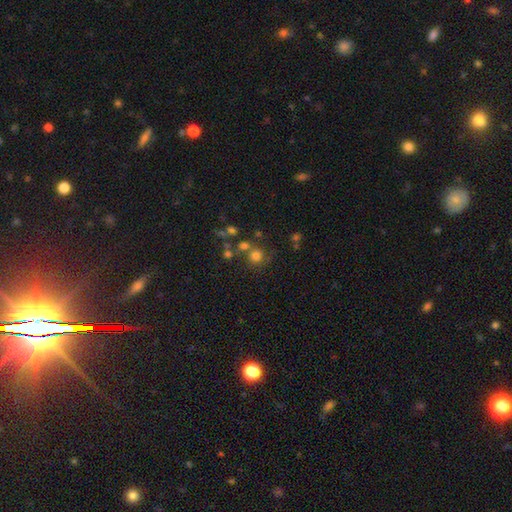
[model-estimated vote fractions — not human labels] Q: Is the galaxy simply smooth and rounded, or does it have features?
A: smooth — 71%.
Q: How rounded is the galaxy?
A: round — 90%.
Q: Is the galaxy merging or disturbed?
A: none — 61%.